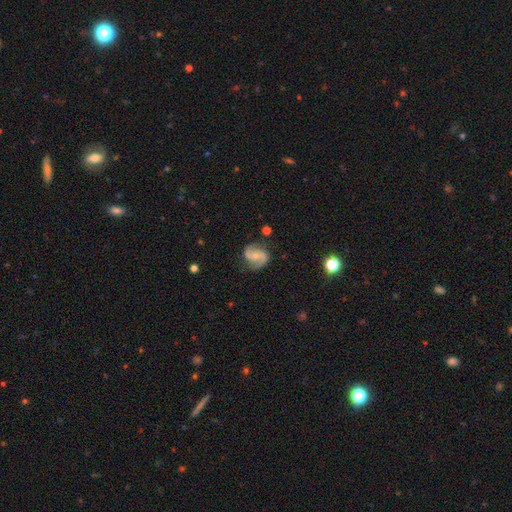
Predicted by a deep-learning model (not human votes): This is clearly a featured or disk galaxy (83%). It is clearly not viewed edge-on (98%). Bar: possibly no (49%). Spiral arm pattern: clearly yes (96%). Spiral arm count: clearly 2 (92%). Spiral winding: possibly medium (47%). Central bulge: likely small (61%). Merging: likely none (77%).